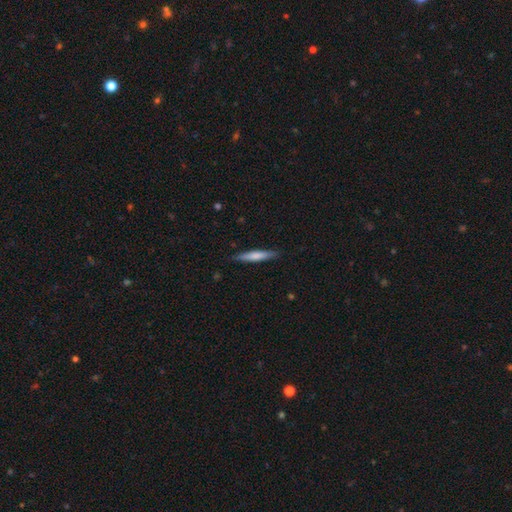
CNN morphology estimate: Smooth or featured: smooth — 67% (featured or disk — 27%)
How rounded: cigar-shaped — 92% (in between — 7%)
Merging: none — 88% (minor disturbance — 9%)